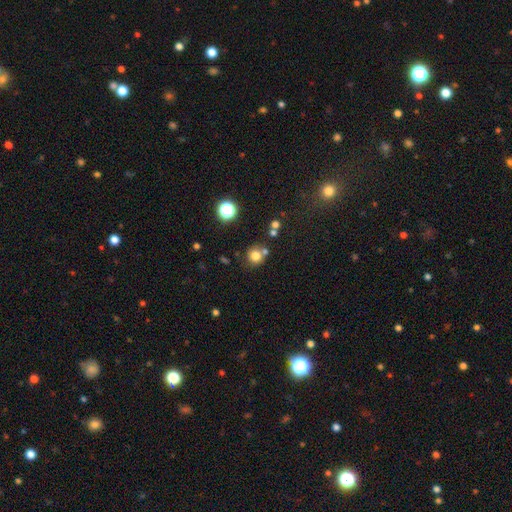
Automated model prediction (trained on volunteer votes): Smooth or featured: smooth — 76% (star or artifact — 15%)
How rounded: round — 89% (in between — 10%)
Merging: none — 67% (merger — 18%)